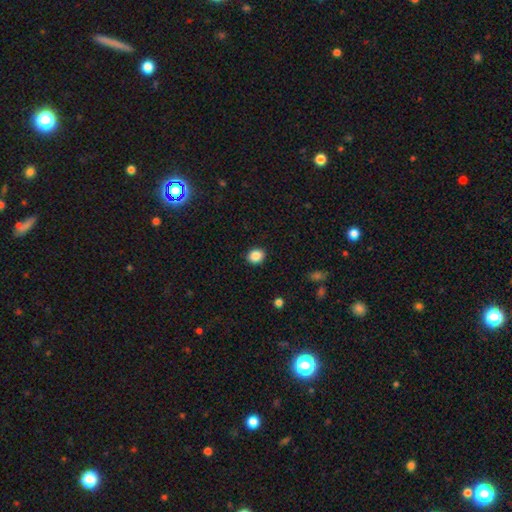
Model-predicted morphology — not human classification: Q: Smooth or featured?
A: smooth (87%); runner-up: star or artifact (9%)
Q: How rounded?
A: round (68%); runner-up: in between (31%)
Q: Merging?
A: none (91%); runner-up: minor disturbance (6%)